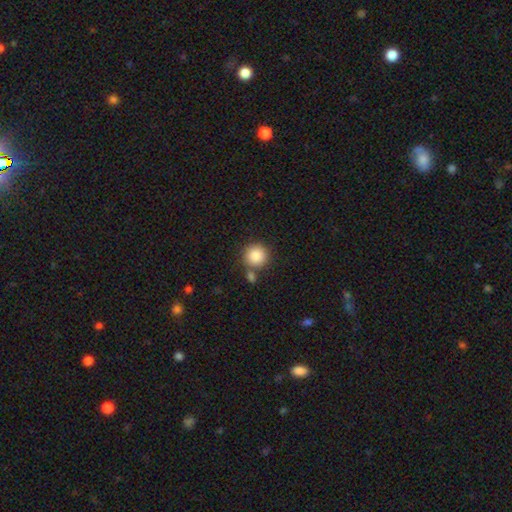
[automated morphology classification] type=smooth (86%); roundness=round (94%); merging=none (72%).